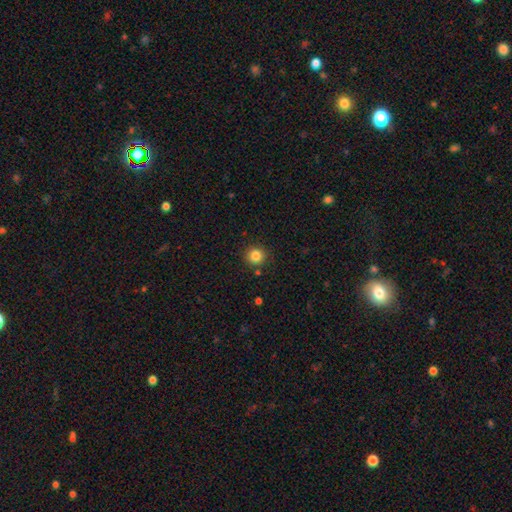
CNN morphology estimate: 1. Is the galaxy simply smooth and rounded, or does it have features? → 84% smooth, 11% star or artifact, 5% featured or disk.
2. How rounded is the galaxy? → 93% round, 6% in between, 1% cigar-shaped.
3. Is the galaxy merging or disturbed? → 88% none, 7% minor disturbance, 3% merger, 2% major disturbance.